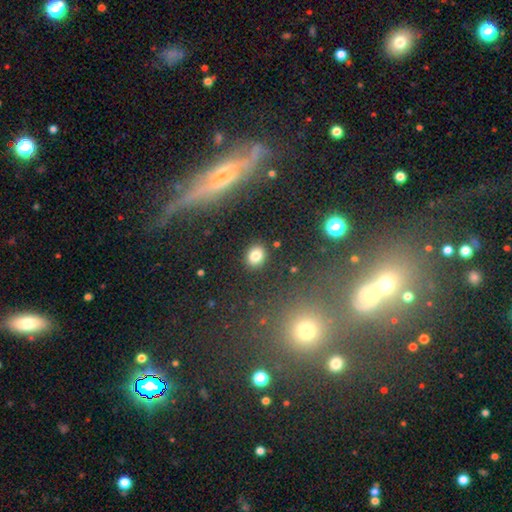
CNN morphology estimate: Q: Smooth or featured?
A: smooth (81%); runner-up: star or artifact (13%)
Q: How rounded?
A: round (61%); runner-up: in between (38%)
Q: Merging?
A: none (87%); runner-up: minor disturbance (8%)